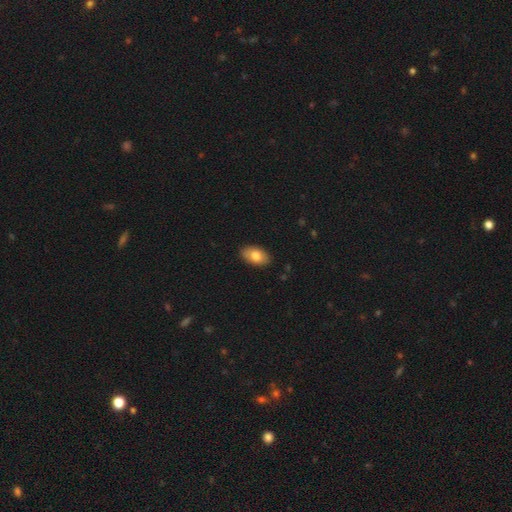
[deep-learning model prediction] The model was most divided on "smooth or featured": smooth: 79%, featured or disk: 14%, star or artifact: 7%. More confident: how rounded — in between (93%); merging — none (88%).